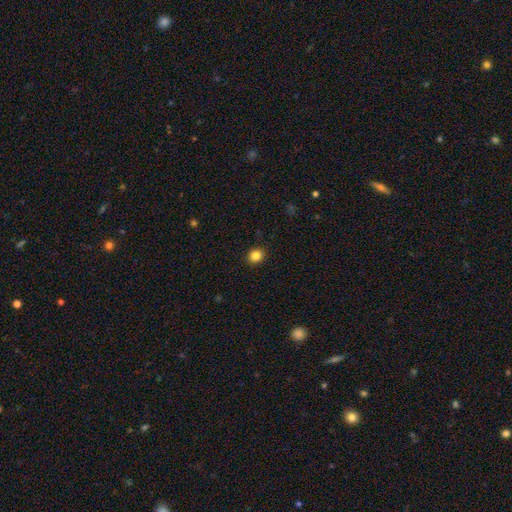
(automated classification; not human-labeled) smooth 84%, star or artifact 11%, featured or disk 4%. Down the decision tree: how rounded — round (77%); merging — none (91%).